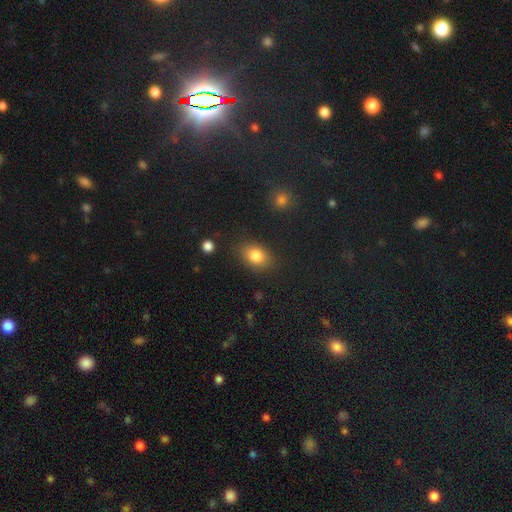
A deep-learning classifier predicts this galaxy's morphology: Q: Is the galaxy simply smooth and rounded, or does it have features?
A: smooth — 82%.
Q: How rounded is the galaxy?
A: in between — 72%.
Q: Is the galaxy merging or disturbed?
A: none — 82%.